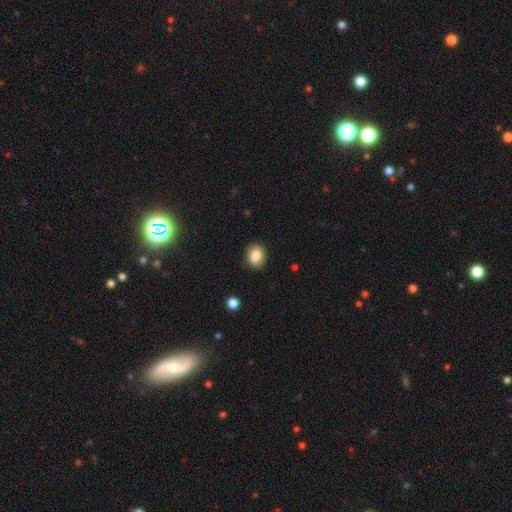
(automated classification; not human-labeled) This appears to be a smooth galaxy with no disk features (85%) that is round (51%). Merging: none (88%).